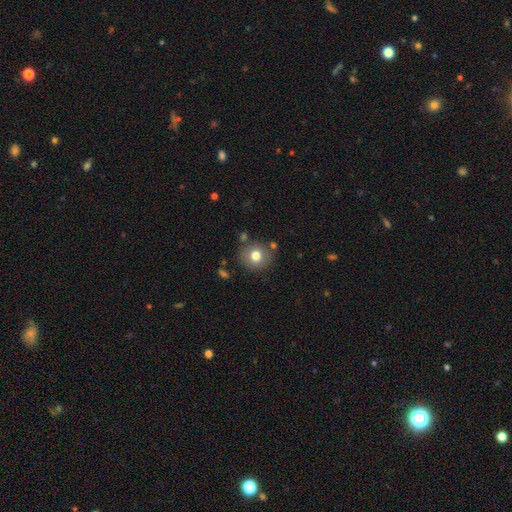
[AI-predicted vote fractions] Smooth or featured? smooth (77%)
How rounded? round (86%)
Merging? none (81%)